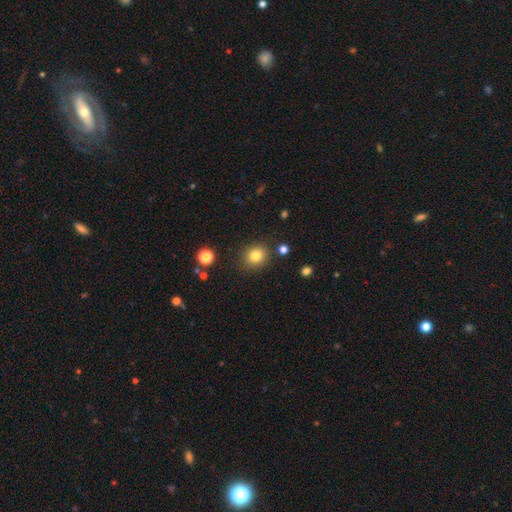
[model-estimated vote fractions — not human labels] The model was most divided on "how rounded": round: 81%, in between: 18%, cigar-shaped: 1%. More confident: merging — none (85%); smooth or featured — smooth (81%).